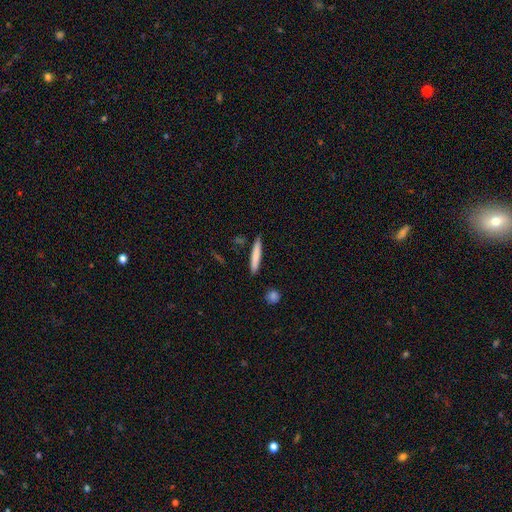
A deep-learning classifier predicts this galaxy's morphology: This is likely a smooth galaxy (76%). How rounded: clearly cigar-shaped (93%). Merging: clearly none (87%).